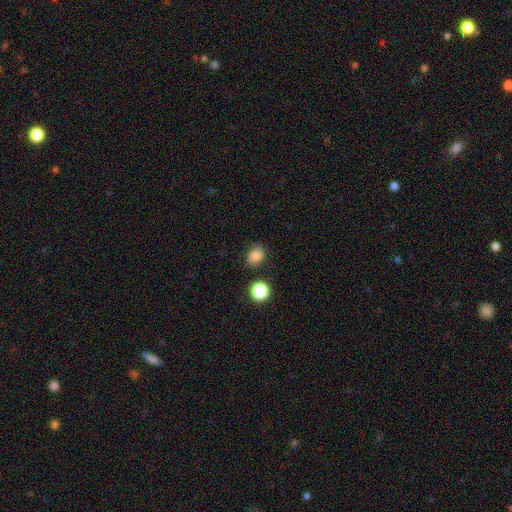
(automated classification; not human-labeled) Smooth or featured? smooth (77%)
How rounded? in between (57%)
Merging? none (71%)